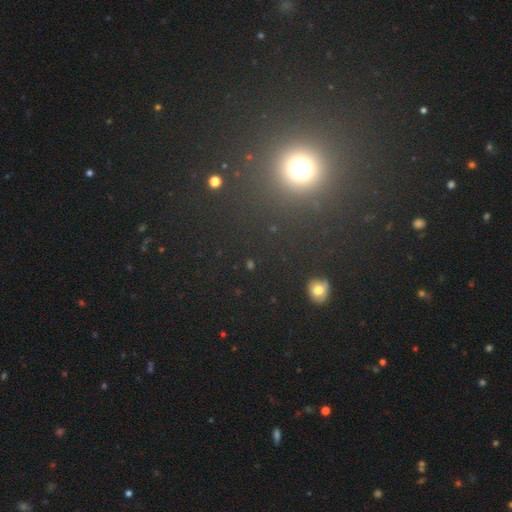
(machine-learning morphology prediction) Smooth or featured: star or artifact — 48% (smooth — 46%)